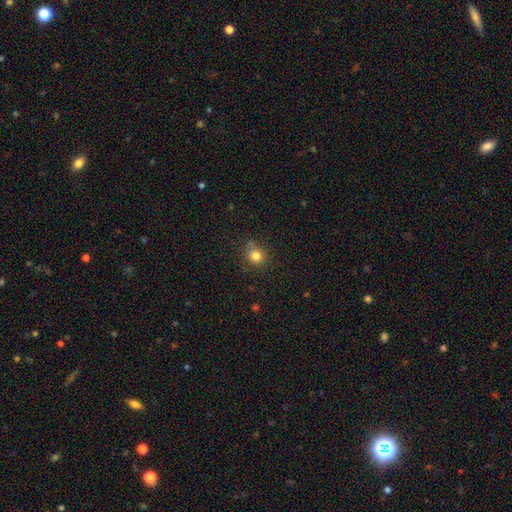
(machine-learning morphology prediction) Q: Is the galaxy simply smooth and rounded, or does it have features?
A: smooth — 81%.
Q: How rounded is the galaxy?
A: round — 82%.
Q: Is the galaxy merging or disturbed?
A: none — 79%.